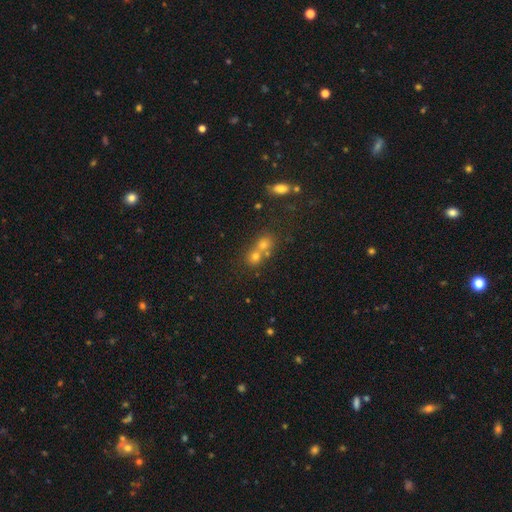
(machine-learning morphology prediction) type=smooth (56%); roundness=round (79%); merging=merger (54%).